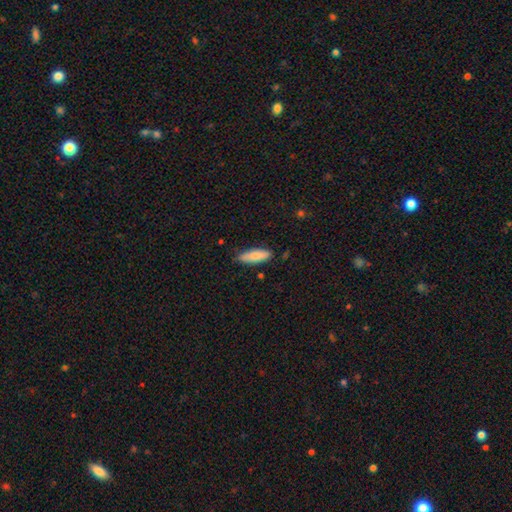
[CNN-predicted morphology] Smooth or featured? Predicted: smooth (p=0.82). How rounded? Predicted: in between (p=0.56). Merging? Predicted: none (p=0.82).